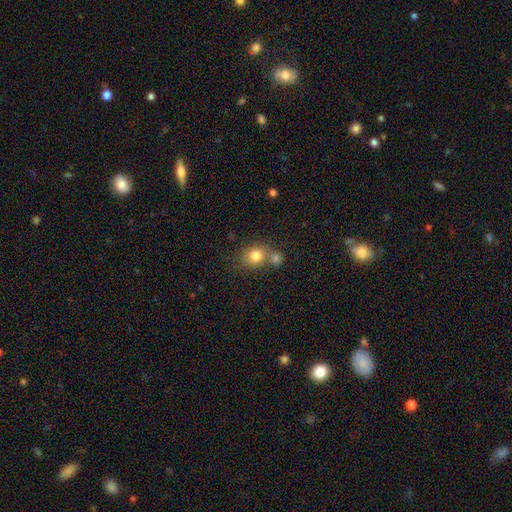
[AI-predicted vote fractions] A smooth galaxy with no disk features (81%) that is round (74%). Merging: none (51%).